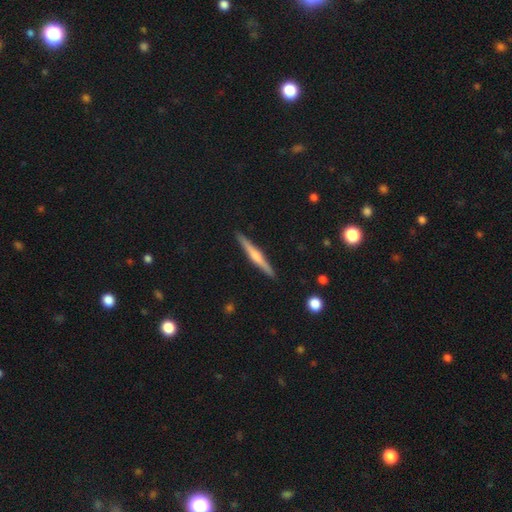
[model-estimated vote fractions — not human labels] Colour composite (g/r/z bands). It shows a featured or disk galaxy (65%) viewed edge-on (98%) with a rounded central bulge (77%). Merging: none (92%).